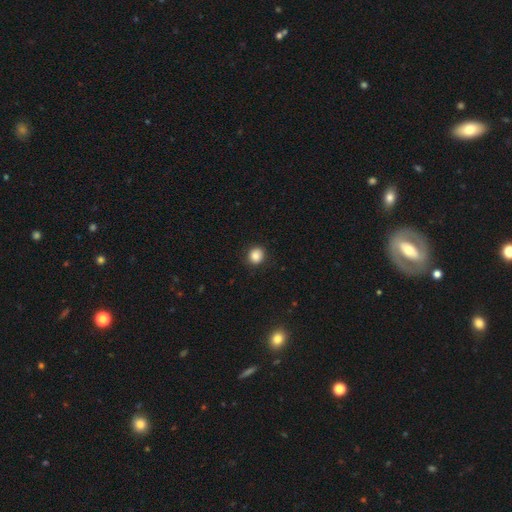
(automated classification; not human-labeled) A smooth galaxy with no disk features (84%) that is round (81%). Merging: none (89%).